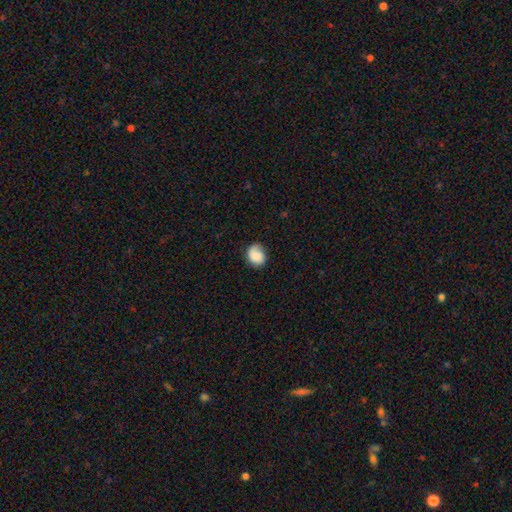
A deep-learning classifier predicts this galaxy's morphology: smooth_or_featured: smooth (p=0.76) [alt: featured or disk p=0.17]
how_rounded: round (p=0.52) [alt: in between p=0.47]
merging: none (p=0.63) [alt: minor disturbance p=0.27]